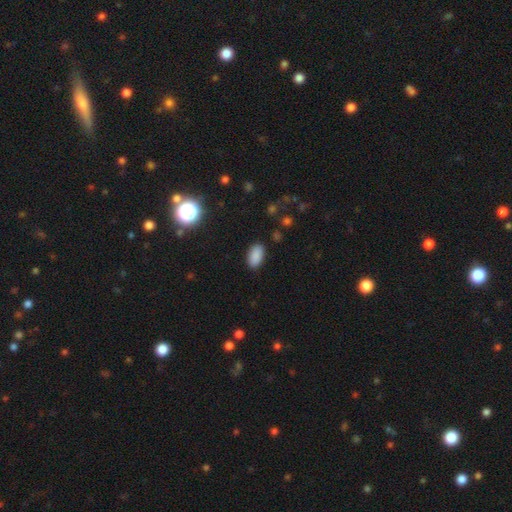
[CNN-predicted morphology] Smooth or featured? smooth (87%)
How rounded? in between (94%)
Merging? none (87%)